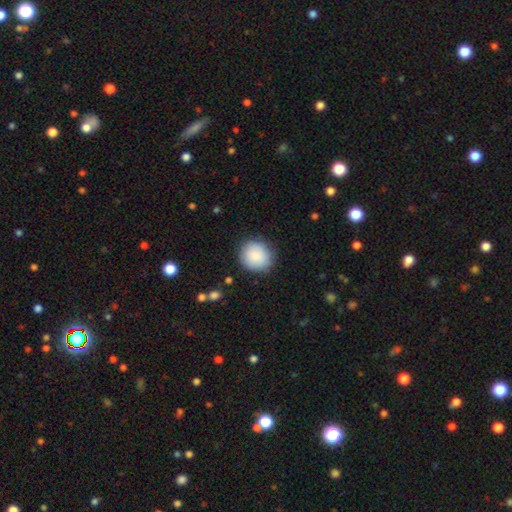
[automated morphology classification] Smooth or featured? Predicted: smooth (p=0.87). How rounded? Predicted: round (p=0.86). Merging? Predicted: none (p=0.85).